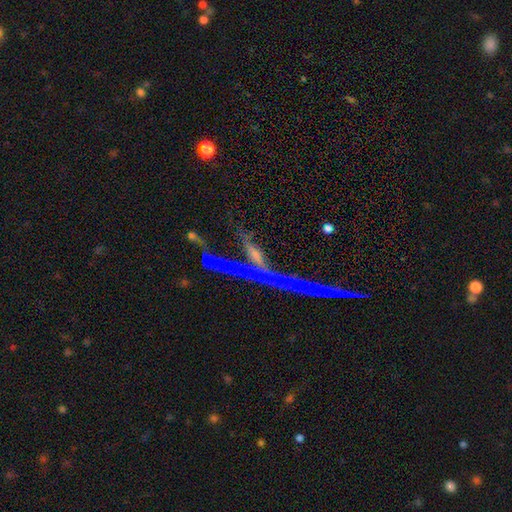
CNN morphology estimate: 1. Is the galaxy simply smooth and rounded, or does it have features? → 44% star or artifact, 40% featured or disk, 16% smooth.